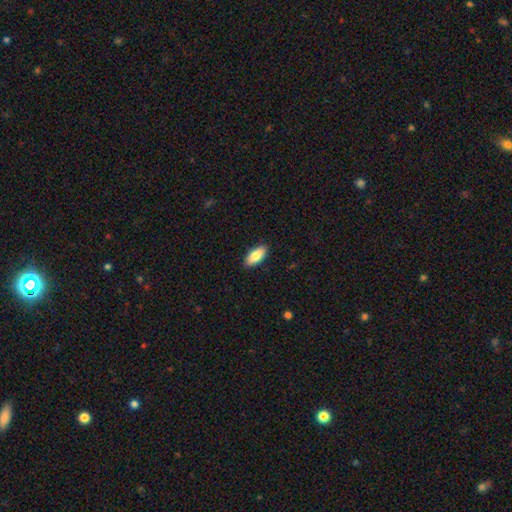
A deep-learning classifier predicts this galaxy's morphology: smooth_or_featured: smooth (p=0.84) [alt: featured or disk p=0.10]
how_rounded: in between (p=0.86) [alt: cigar-shaped p=0.12]
merging: none (p=0.89) [alt: minor disturbance p=0.08]